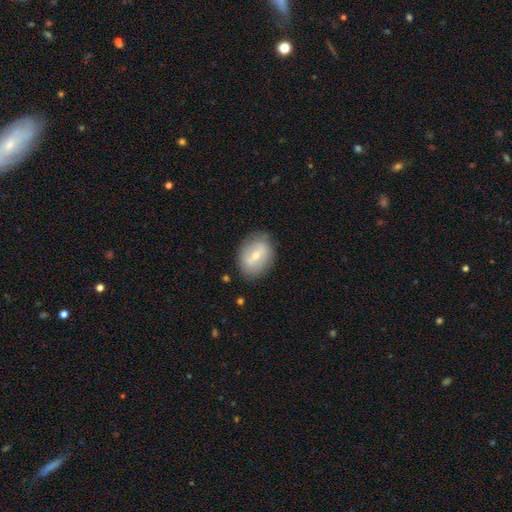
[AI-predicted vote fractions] A smooth galaxy with no disk features (50%). Merging: none (80%).